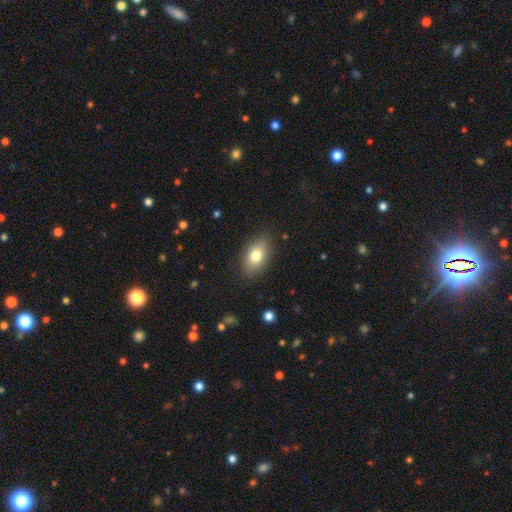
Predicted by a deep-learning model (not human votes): Q: Smooth or featured?
A: smooth (78%); runner-up: featured or disk (14%)
Q: How rounded?
A: in between (87%); runner-up: round (11%)
Q: Merging?
A: none (84%); runner-up: minor disturbance (11%)